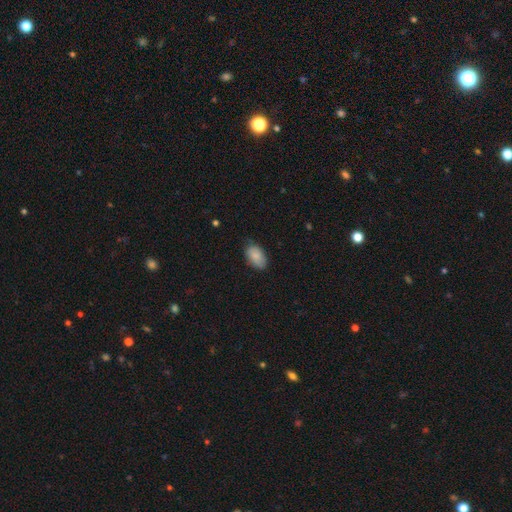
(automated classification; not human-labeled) Smooth or featured?
  - smooth: 83% *
  - featured or disk: 11%
  - star or artifact: 7%
How rounded?
  - in between: 93% *
  - round: 6%
  - cigar-shaped: 2%
Merging?
  - none: 72% *
  - minor disturbance: 23%
  - major disturbance: 4%
  - merger: 1%